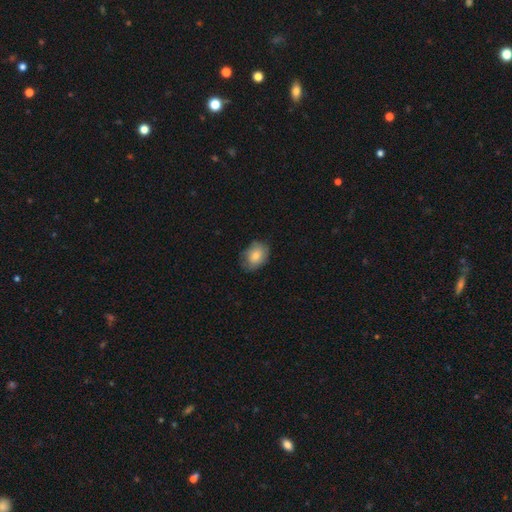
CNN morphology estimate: Smooth or featured? smooth (77%)
How rounded? in between (71%)
Merging? none (68%)